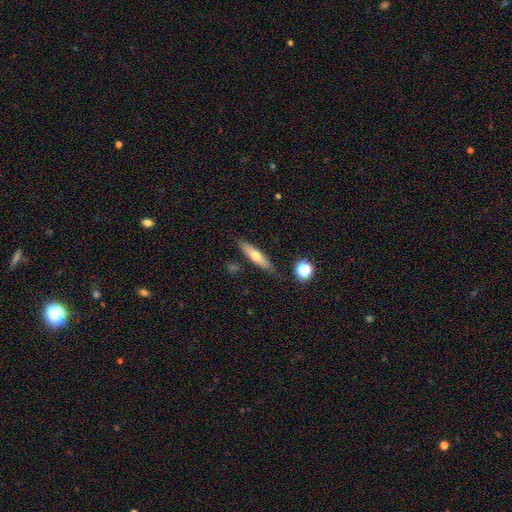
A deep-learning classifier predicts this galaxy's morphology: smooth 51%, featured or disk 41%, star or artifact 7%. Down the decision tree: how rounded — cigar-shaped (78%); merging — none (81%).